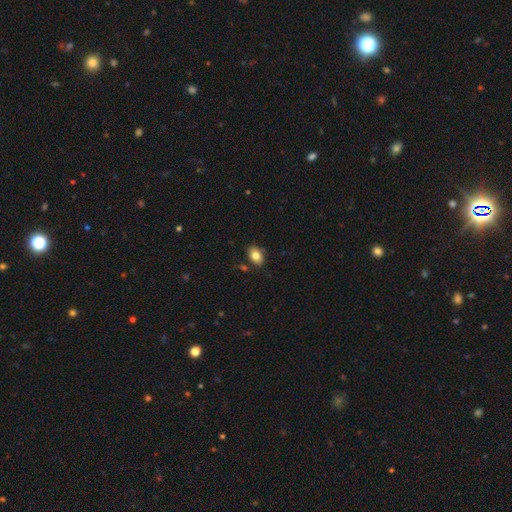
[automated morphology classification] smooth_or_featured: smooth (p=0.83) [alt: featured or disk p=0.09]
how_rounded: in between (p=0.84) [alt: round p=0.15]
merging: none (p=0.83) [alt: minor disturbance p=0.11]